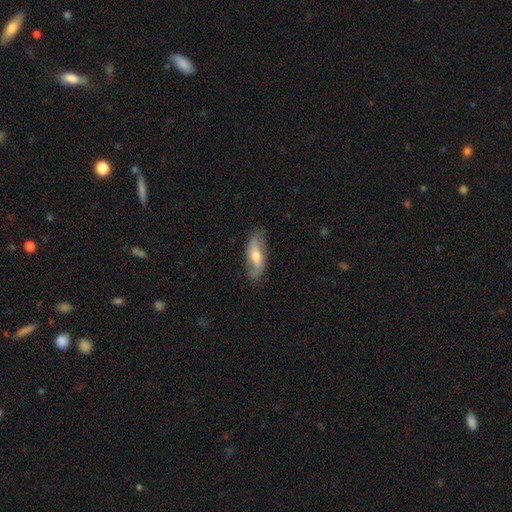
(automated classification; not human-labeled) Smooth or featured: featured or disk — 60% (smooth — 34%)
Edge-on disk: no — 80% (yes — 20%)
Merging: none — 82% (minor disturbance — 14%)